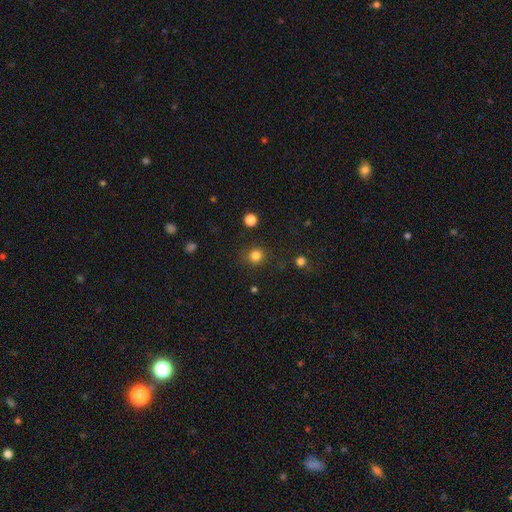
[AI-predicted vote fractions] This is clearly a smooth galaxy (82%). How rounded: clearly round (89%). Merging: clearly none (87%).